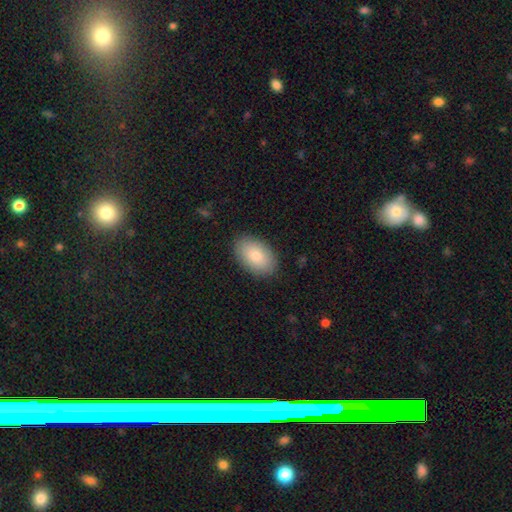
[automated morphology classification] Overall: smooth (83%). How rounded: in between (92%). Merging: none (87%).